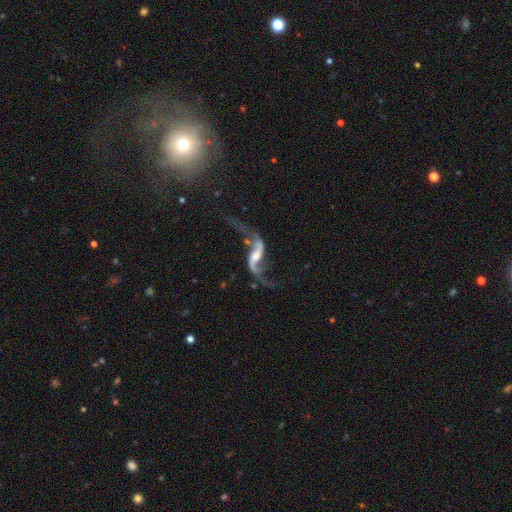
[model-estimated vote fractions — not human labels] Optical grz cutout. It shows a featured or disk galaxy (89%) with a weak bar (39%), 2 (93%) loose (93%) spiral arms (95%) and a moderate central bulge (44%). Merging: none (54%).